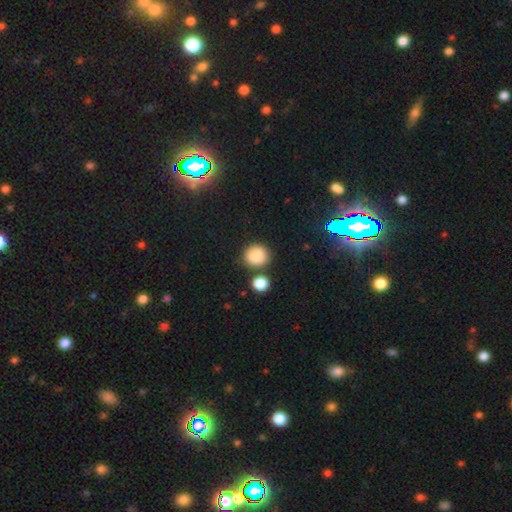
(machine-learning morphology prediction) Smooth or featured: smooth — 85% (star or artifact — 10%)
How rounded: round — 87% (in between — 12%)
Merging: none — 74% (merger — 13%)